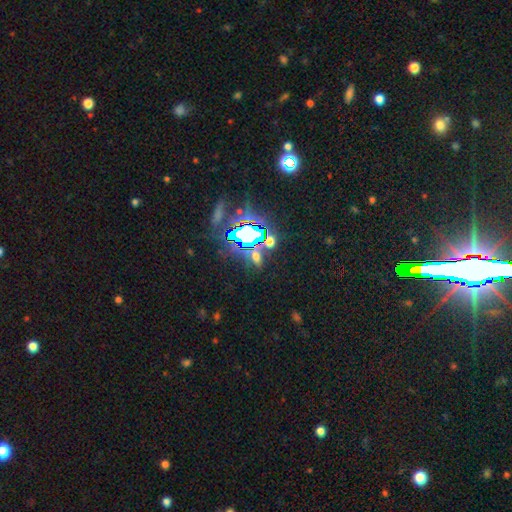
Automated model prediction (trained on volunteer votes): Smooth or featured? Predicted: star or artifact (p=0.60).